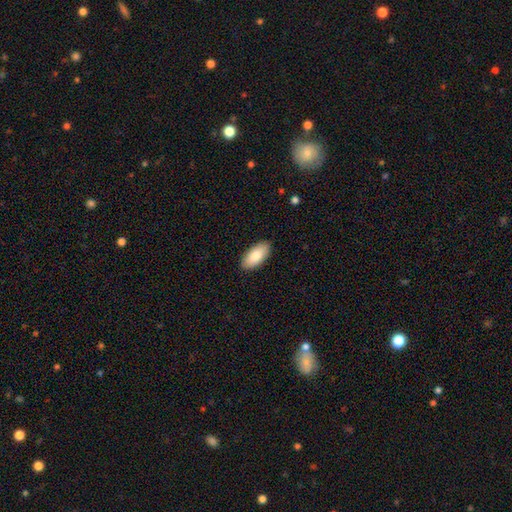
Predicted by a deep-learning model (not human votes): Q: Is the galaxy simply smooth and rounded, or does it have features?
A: smooth — 85%.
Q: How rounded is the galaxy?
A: in between — 92%.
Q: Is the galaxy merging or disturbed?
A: none — 89%.